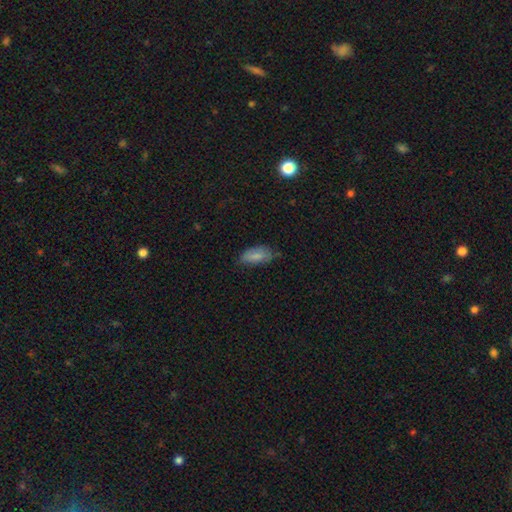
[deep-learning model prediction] A smooth galaxy with no disk features (82%) that is in between round and cigar-shaped (89%). Merging: none (63%).